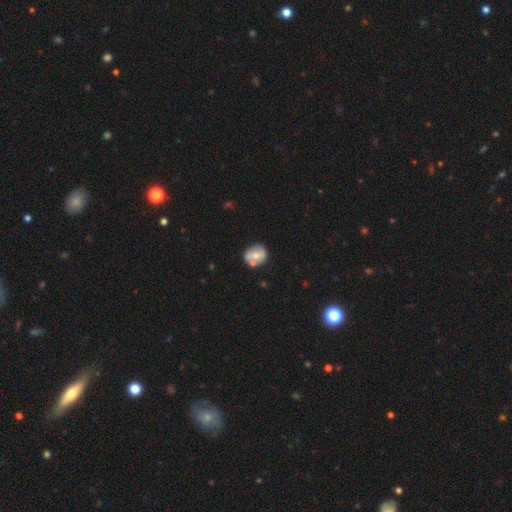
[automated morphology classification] This appears to be a smooth galaxy with no disk features (47%). Merging: none (66%).